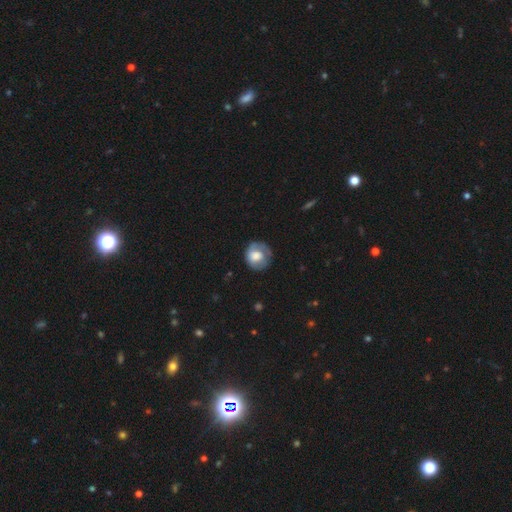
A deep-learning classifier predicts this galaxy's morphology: smooth 64%, featured or disk 29%, star or artifact 7%. Down the decision tree: how rounded — round (85%); merging — none (64%).